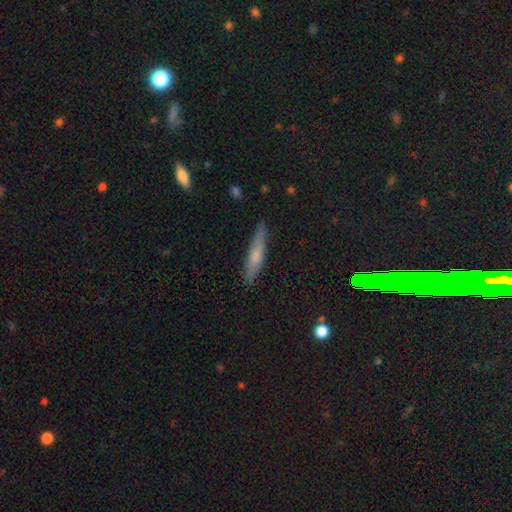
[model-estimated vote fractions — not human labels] The model was most divided on "smooth or featured": smooth: 55%, featured or disk: 38%, star or artifact: 7%. More confident: how rounded — cigar-shaped (88%); merging — none (84%).